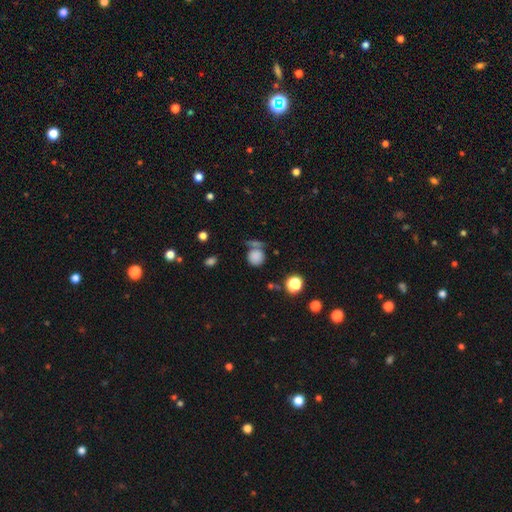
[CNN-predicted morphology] type=smooth (80%); roundness=round (89%); merging=none (62%).